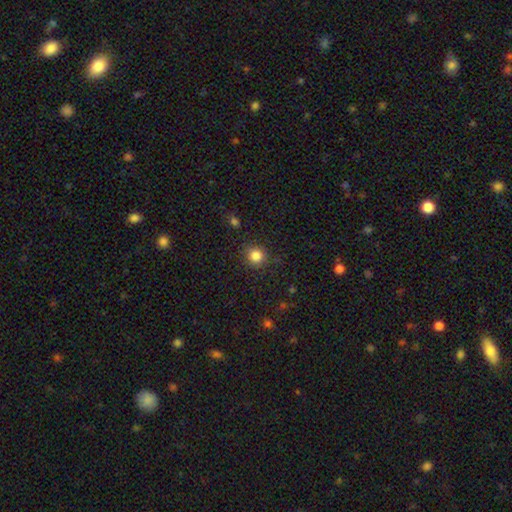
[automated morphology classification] This appears to be a smooth galaxy with no disk features (84%) that is round (90%). Merging: none (87%).